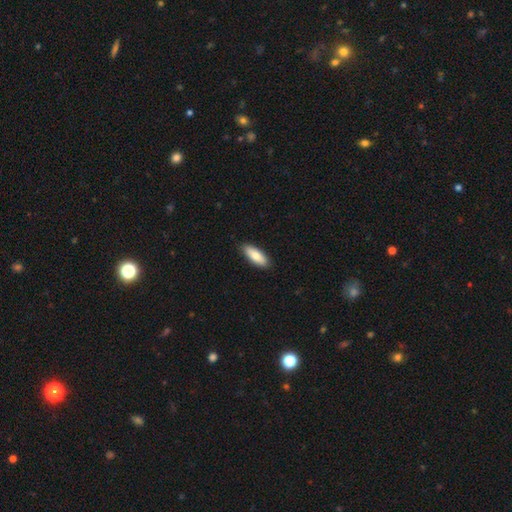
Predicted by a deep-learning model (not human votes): Smooth or featured?
  - smooth: 78% *
  - featured or disk: 16%
  - star or artifact: 5%
How rounded?
  - in between: 68% *
  - cigar-shaped: 30%
  - round: 2%
Merging?
  - none: 88% *
  - minor disturbance: 9%
  - major disturbance: 2%
  - merger: 1%